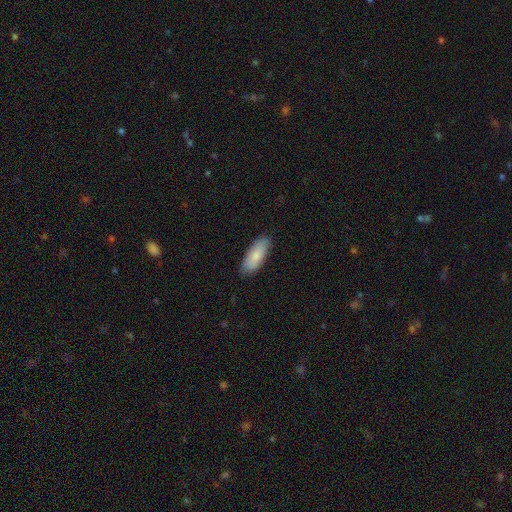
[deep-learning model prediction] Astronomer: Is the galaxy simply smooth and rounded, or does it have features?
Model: smooth — 83%.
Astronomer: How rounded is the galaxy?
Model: in between — 76%.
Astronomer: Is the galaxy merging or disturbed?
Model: none — 84%.